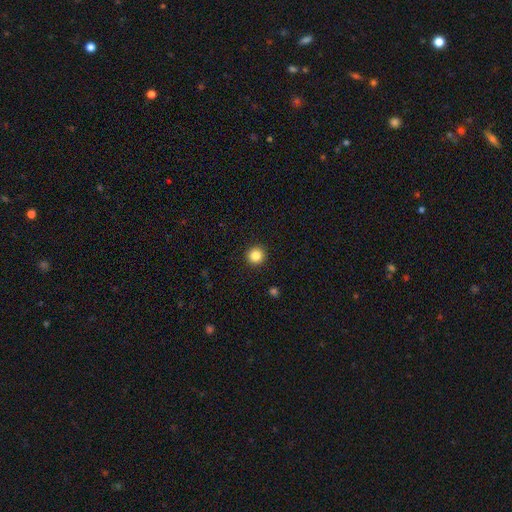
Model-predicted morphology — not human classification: Smooth or featured: smooth — 85% (star or artifact — 11%)
How rounded: round — 95% (in between — 4%)
Merging: none — 93% (minor disturbance — 4%)